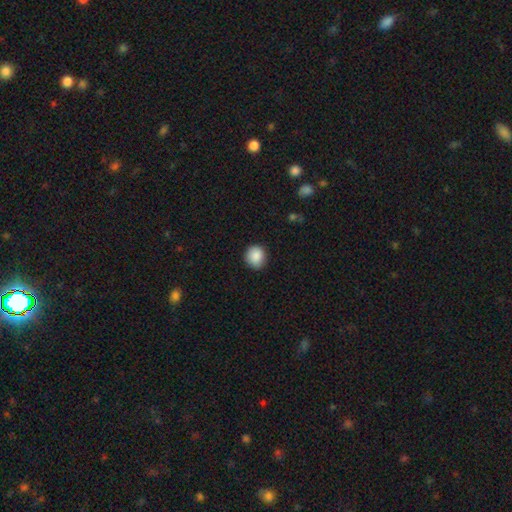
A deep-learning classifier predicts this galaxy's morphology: Overall: smooth (88%). How rounded: round (86%). Merging: none (87%).